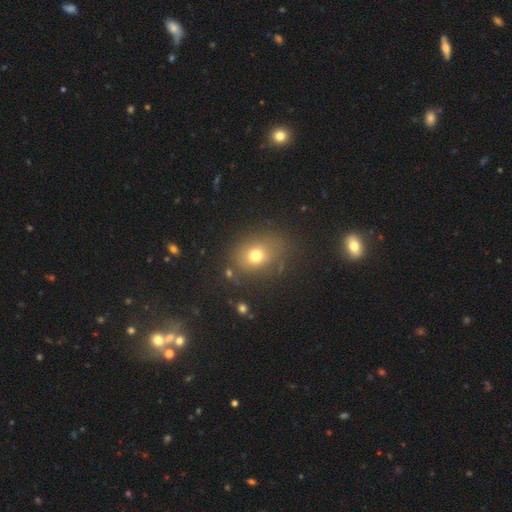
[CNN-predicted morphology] type=smooth (72%); roundness=round (57%); merging=none (75%).